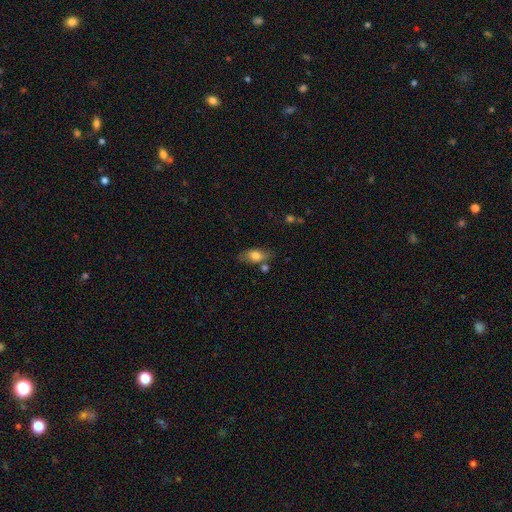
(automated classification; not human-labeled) Smooth or featured? Predicted: smooth (p=0.73). How rounded? Predicted: in between (p=0.84). Merging? Predicted: none (p=0.67).